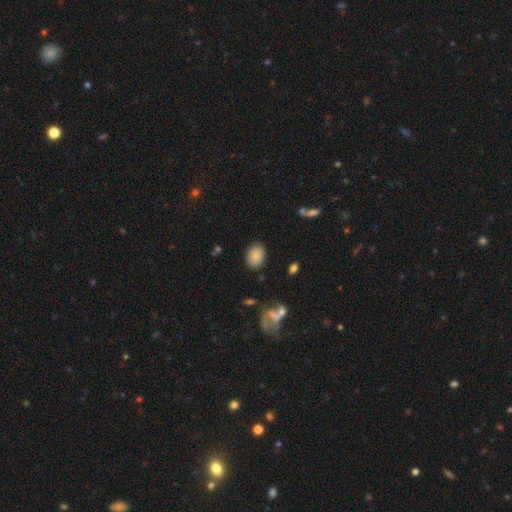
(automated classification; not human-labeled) smooth 84%, star or artifact 9%, featured or disk 8%. Down the decision tree: how rounded — in between (76%); merging — none (84%).